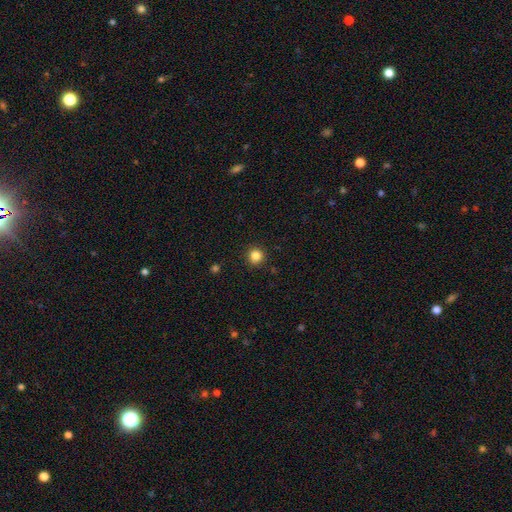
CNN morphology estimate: Q: Smooth or featured?
A: smooth (84%); runner-up: star or artifact (11%)
Q: How rounded?
A: round (93%); runner-up: in between (6%)
Q: Merging?
A: none (91%); runner-up: minor disturbance (6%)